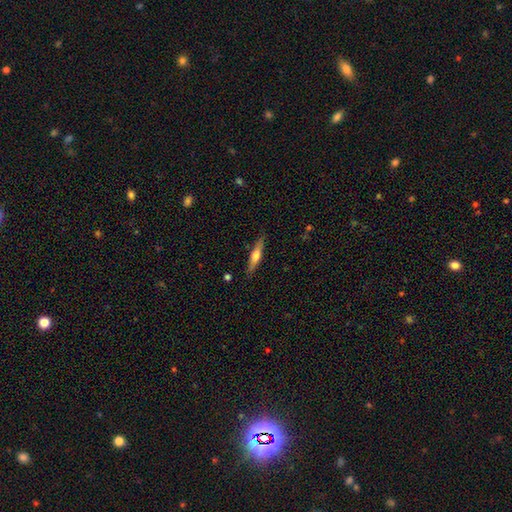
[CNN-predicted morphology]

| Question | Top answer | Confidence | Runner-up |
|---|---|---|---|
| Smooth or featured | featured or disk | 51% | smooth (44%) |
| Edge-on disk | yes | 95% | no (5%) |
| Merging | none | 88% | minor disturbance (9%) |